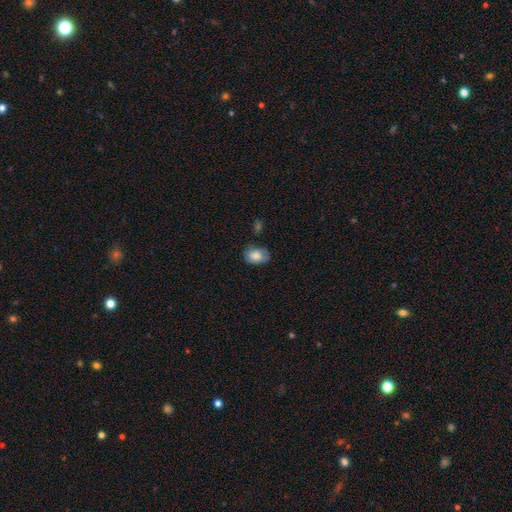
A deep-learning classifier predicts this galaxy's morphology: smooth_or_featured: smooth (p=0.79) [alt: featured or disk p=0.13]
how_rounded: in between (p=0.77) [alt: round p=0.22]
merging: none (p=0.60) [alt: minor disturbance p=0.30]